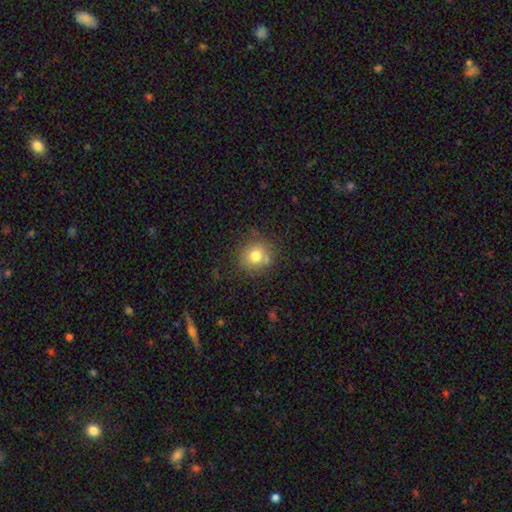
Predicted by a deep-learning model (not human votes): A smooth galaxy with no disk features (76%) that is round (85%). Merging: none (76%).